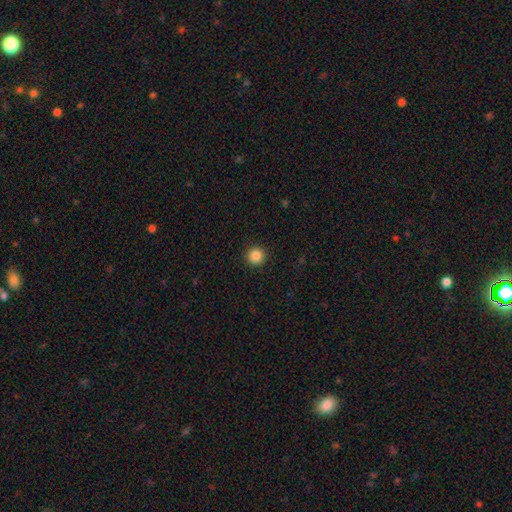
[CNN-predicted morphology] Overall: smooth (86%). How rounded: round (96%). Merging: none (93%).